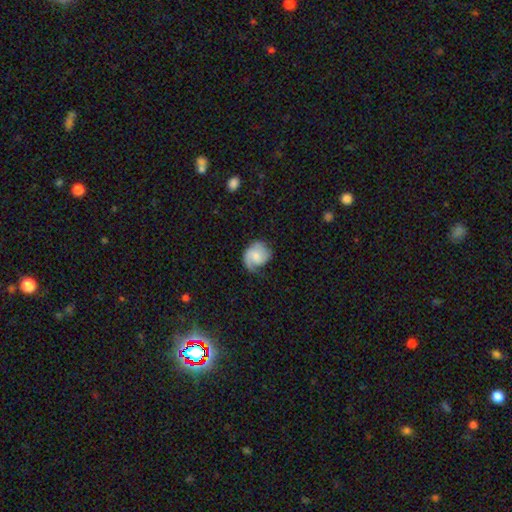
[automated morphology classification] type=featured or disk (59%); edge-on=no (98%); bar=no (63%); spiral arms=yes (90%); winding=medium (39%); arm count=1 (48%); bulge=small (47%); merging=none (51%).